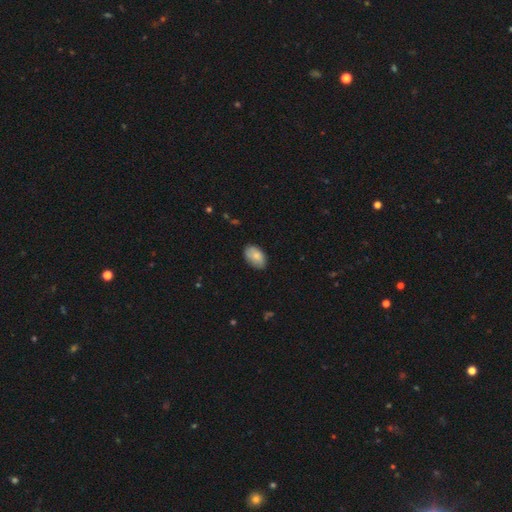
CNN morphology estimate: Q: Smooth or featured?
A: smooth (79%); runner-up: featured or disk (15%)
Q: How rounded?
A: in between (92%); runner-up: round (6%)
Q: Merging?
A: none (78%); runner-up: minor disturbance (18%)